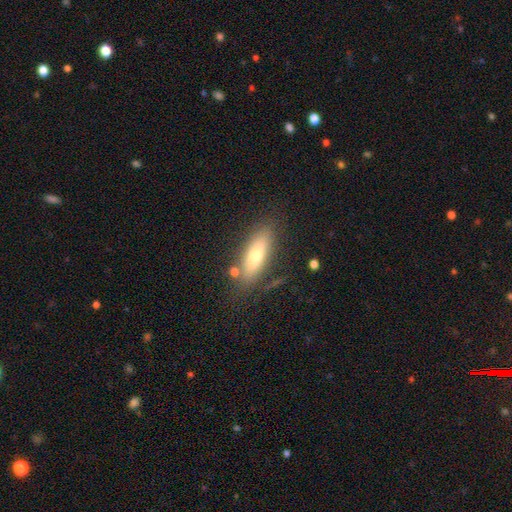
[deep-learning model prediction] Overall: smooth (64%; featured or disk 28%). How rounded: in between (62%; cigar-shaped 35%). Merging: none (76%).